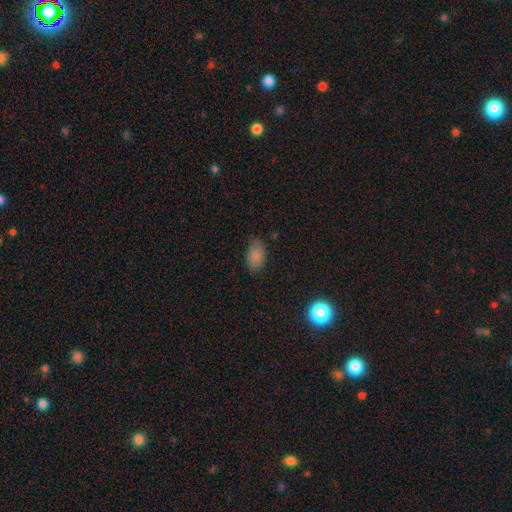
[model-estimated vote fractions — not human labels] smooth_or_featured: smooth (p=0.83) [alt: star or artifact p=0.10]
how_rounded: in between (p=0.91) [alt: round p=0.08]
merging: none (p=0.70) [alt: minor disturbance p=0.24]